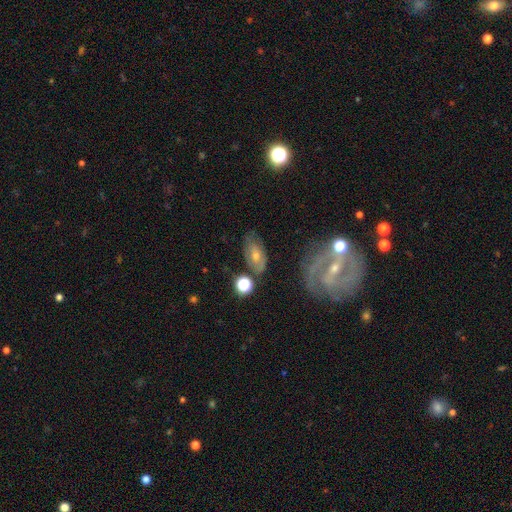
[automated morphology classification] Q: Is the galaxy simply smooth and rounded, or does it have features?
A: featured or disk — 55%.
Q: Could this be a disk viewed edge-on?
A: no — 89%.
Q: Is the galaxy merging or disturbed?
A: none — 70%.